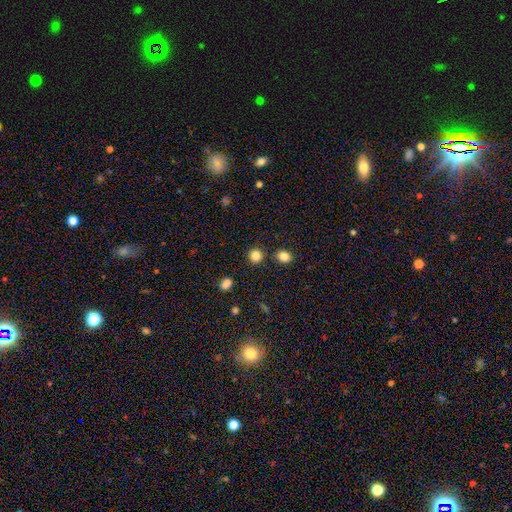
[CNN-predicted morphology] A smooth galaxy with no disk features (83%) that is round (90%). Merging: none (85%).